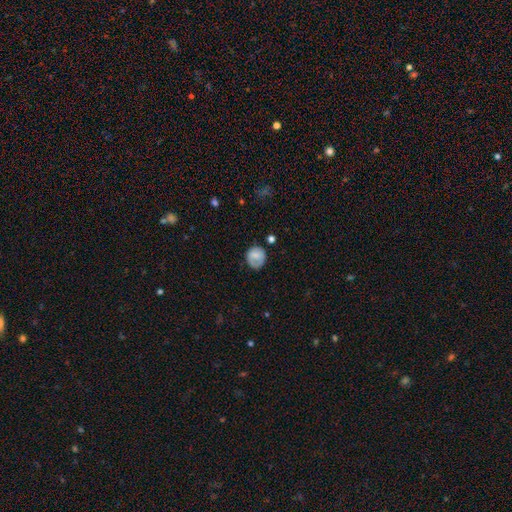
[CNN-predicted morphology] This appears to be a smooth galaxy with no disk features (71%) that is round (78%). Merging: none (64%).